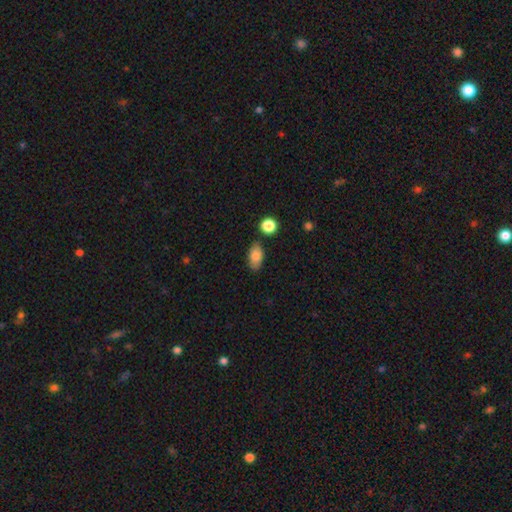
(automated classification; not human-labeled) Morphology: type=smooth (83%); roundness=in between (90%); merging=none (80%).